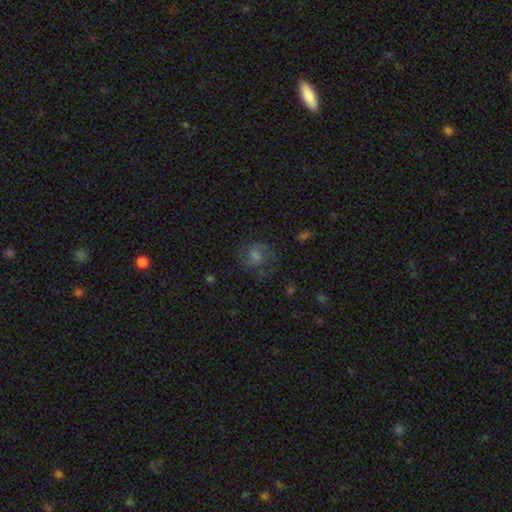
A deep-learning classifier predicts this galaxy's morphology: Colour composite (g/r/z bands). It shows a featured or disk galaxy (66%) with no bar (50%), 2 (79%) medium (53%) spiral arms (93%) and a moderate central bulge (37%, tied with small). Merging: none (73%).